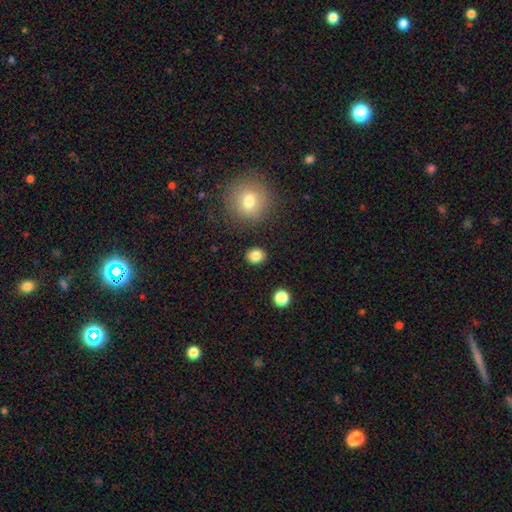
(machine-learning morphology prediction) This appears to be a smooth galaxy with no disk features (84%) that is round (77%). Merging: none (89%).